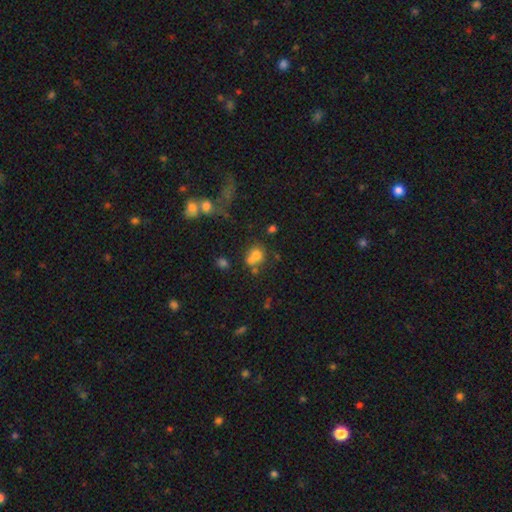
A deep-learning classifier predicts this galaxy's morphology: Overall: smooth (71%). How rounded: round (70%). Merging: merger (42%; none 39%).